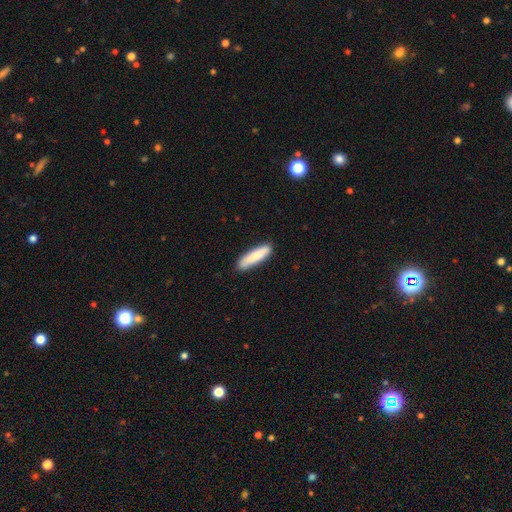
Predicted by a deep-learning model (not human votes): Q: Smooth or featured?
A: smooth (82%); runner-up: featured or disk (12%)
Q: How rounded?
A: cigar-shaped (75%); runner-up: in between (23%)
Q: Merging?
A: none (88%); runner-up: minor disturbance (10%)